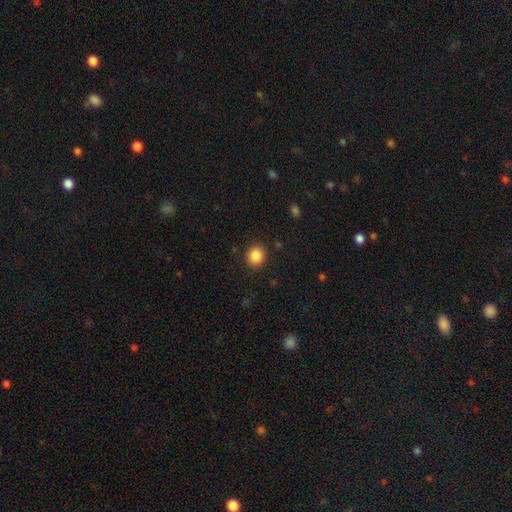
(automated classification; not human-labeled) The model was most divided on "how rounded": round: 79%, in between: 20%, cigar-shaped: 1%. More confident: merging — none (90%); smooth or featured — smooth (87%).